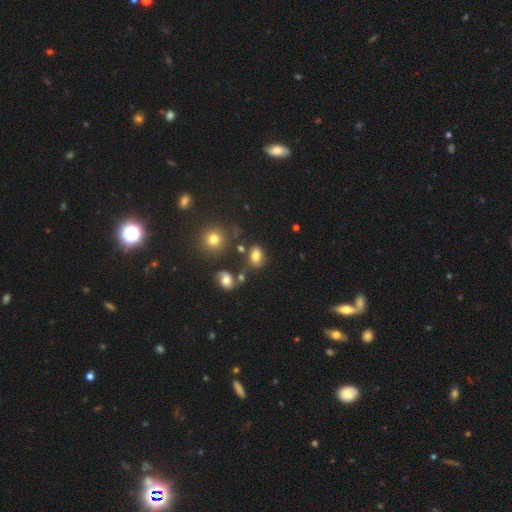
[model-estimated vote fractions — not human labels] Smooth or featured? smooth (77%)
How rounded? in between (79%)
Merging? none (67%)